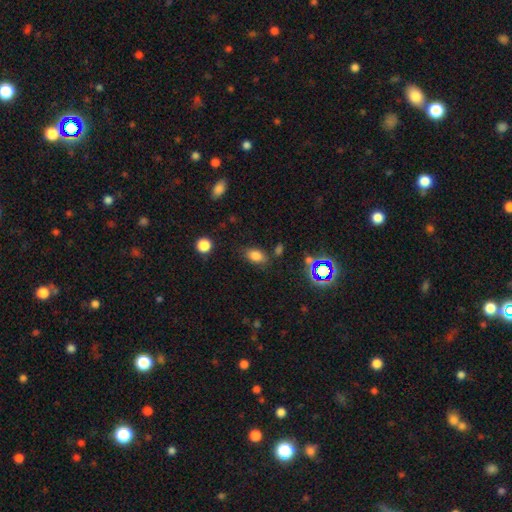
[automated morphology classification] Smooth or featured: smooth — 78% (star or artifact — 14%)
How rounded: in between — 86% (round — 12%)
Merging: none — 75% (minor disturbance — 16%)